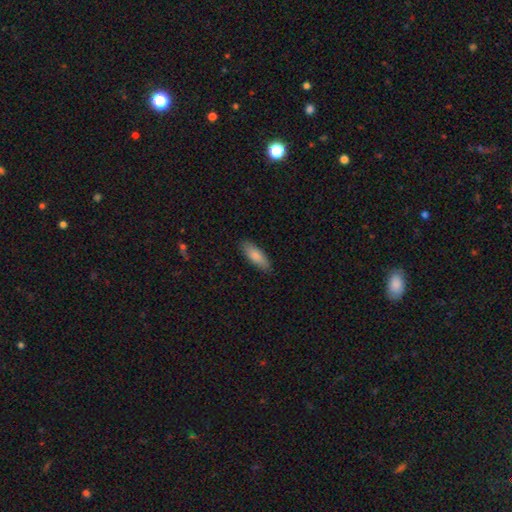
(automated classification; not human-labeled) Smooth or featured? smooth (82%)
How rounded? in between (60%)
Merging? none (87%)